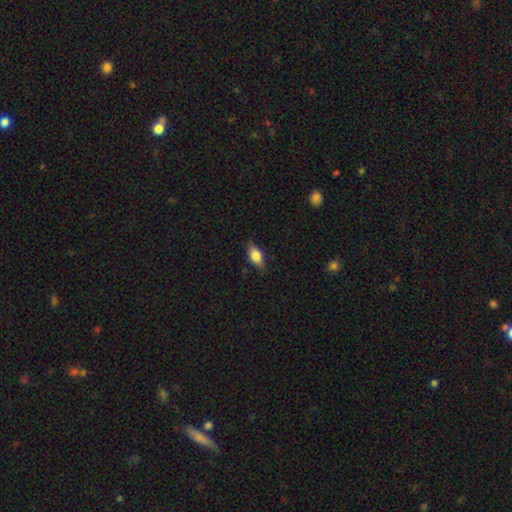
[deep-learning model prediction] Smooth or featured? Predicted: smooth (p=0.81). How rounded? Predicted: in between (p=0.86). Merging? Predicted: none (p=0.80).